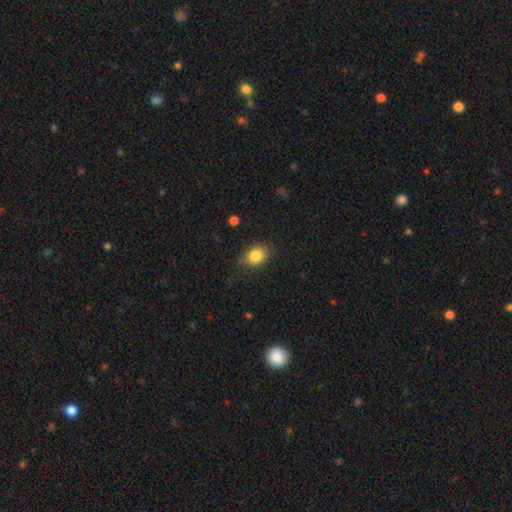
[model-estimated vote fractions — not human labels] Smooth or featured? Predicted: smooth (p=0.85). How rounded? Predicted: in between (p=0.57). Merging? Predicted: none (p=0.77).